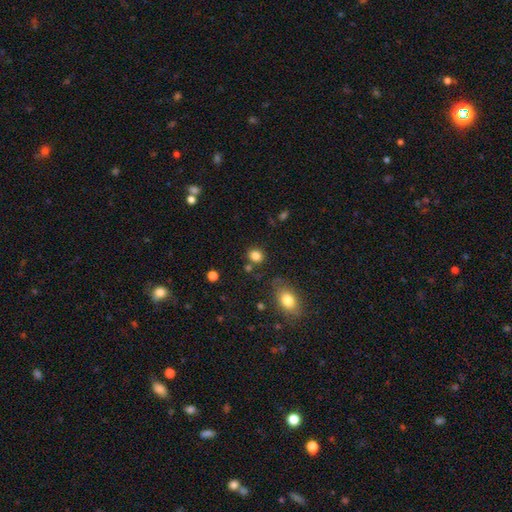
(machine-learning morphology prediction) This appears to be a smooth galaxy with no disk features (84%) that is round (73%). Merging: none (80%).